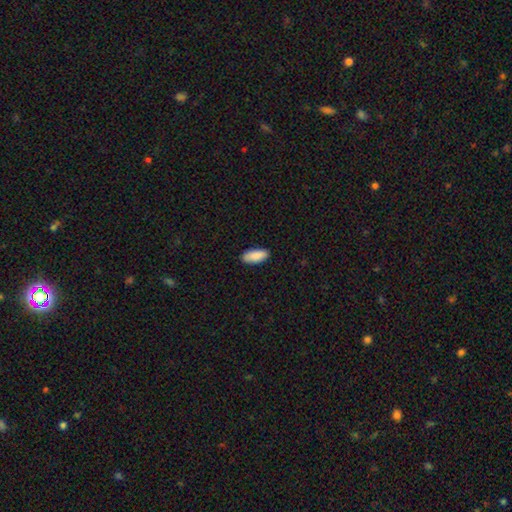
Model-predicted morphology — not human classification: Smooth or featured?
  - smooth: 91% *
  - star or artifact: 5%
  - featured or disk: 4%
How rounded?
  - in between: 85% *
  - cigar-shaped: 14%
  - round: 2%
Merging?
  - none: 89% *
  - minor disturbance: 8%
  - major disturbance: 2%
  - merger: 1%